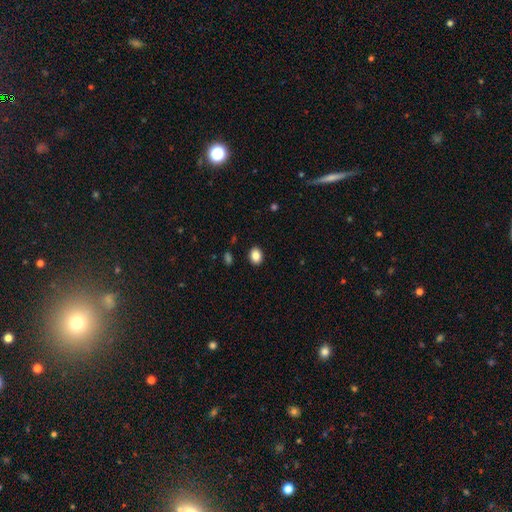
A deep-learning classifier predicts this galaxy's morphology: Q: Smooth or featured?
A: smooth (86%); runner-up: star or artifact (9%)
Q: How rounded?
A: in between (66%); runner-up: round (33%)
Q: Merging?
A: none (90%); runner-up: minor disturbance (7%)